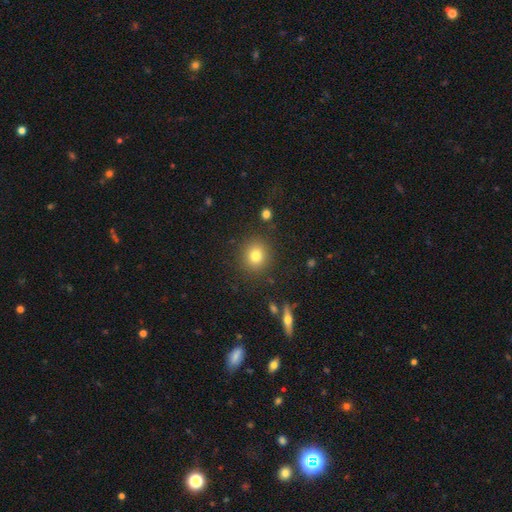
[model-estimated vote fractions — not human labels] Q: Smooth or featured?
A: smooth (79%); runner-up: star or artifact (12%)
Q: How rounded?
A: round (86%); runner-up: in between (13%)
Q: Merging?
A: none (88%); runner-up: minor disturbance (7%)